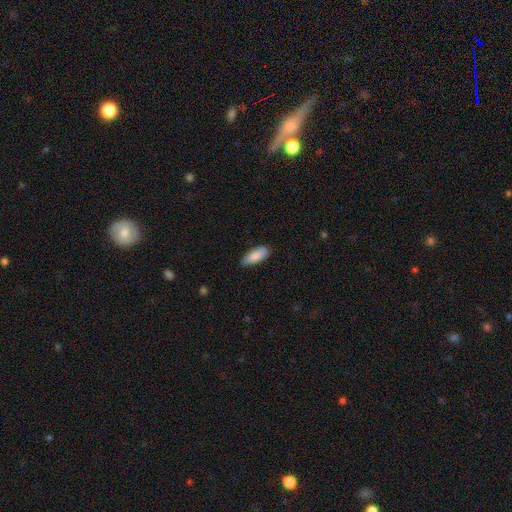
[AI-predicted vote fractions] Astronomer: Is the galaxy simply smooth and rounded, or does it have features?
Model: smooth — 86%.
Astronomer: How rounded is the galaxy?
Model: in between — 75%.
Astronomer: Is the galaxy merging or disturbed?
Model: none — 82%.